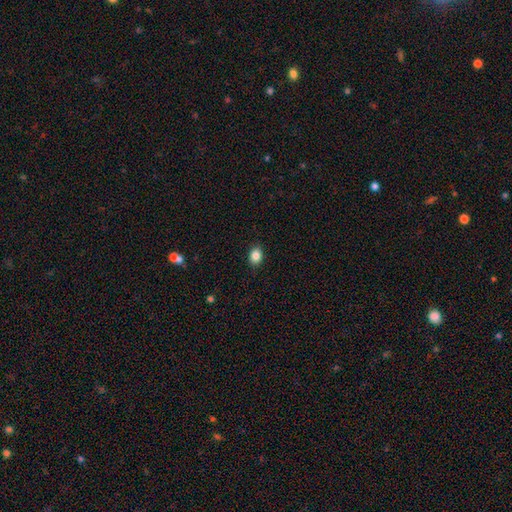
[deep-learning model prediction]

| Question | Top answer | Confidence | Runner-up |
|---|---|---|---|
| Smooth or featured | smooth | 85% | star or artifact (10%) |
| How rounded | in between | 58% | round (41%) |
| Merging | none | 89% | minor disturbance (8%) |